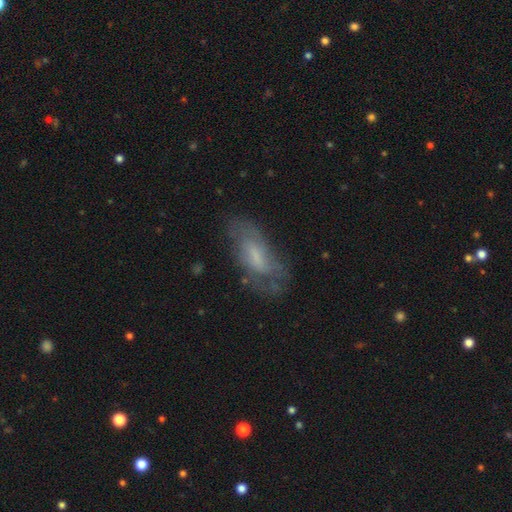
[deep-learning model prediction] Smooth or featured? Predicted: featured or disk (p=0.49). Merging? Predicted: none (p=0.63).